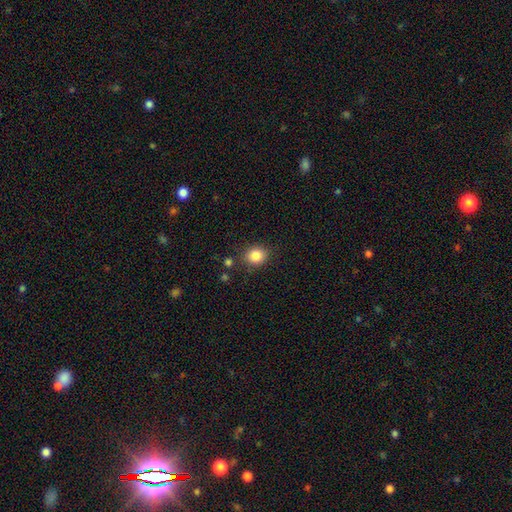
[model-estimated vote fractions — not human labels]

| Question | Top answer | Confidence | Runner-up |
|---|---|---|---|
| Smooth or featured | smooth | 85% | star or artifact (10%) |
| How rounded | round | 74% | in between (25%) |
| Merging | none | 83% | minor disturbance (10%) |